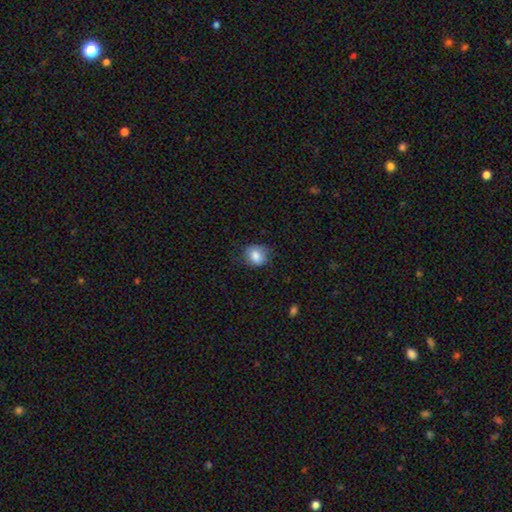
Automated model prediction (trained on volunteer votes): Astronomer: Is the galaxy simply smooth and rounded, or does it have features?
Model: smooth — 83%.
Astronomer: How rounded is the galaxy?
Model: round — 68%.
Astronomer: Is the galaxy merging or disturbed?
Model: none — 70%.